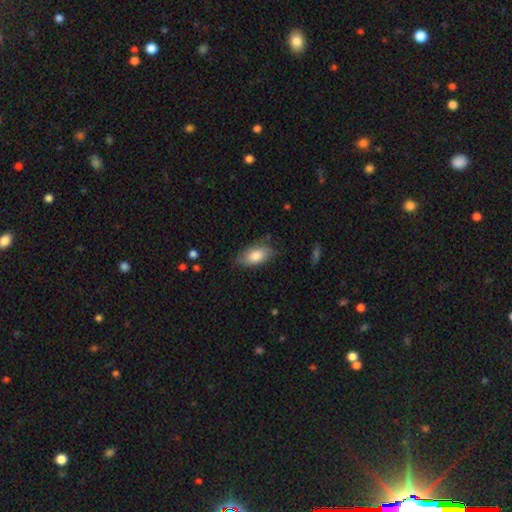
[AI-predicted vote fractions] smooth 79%, featured or disk 14%, star or artifact 6%. Down the decision tree: how rounded — in between (92%); merging — none (73%).